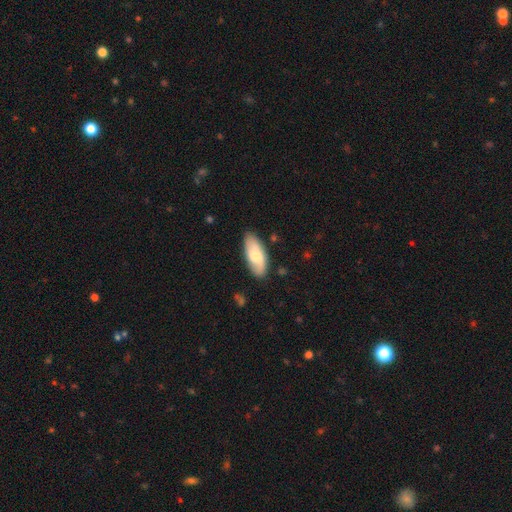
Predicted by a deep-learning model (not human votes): smooth 66%, featured or disk 28%, star or artifact 6%. Down the decision tree: how rounded — in between (86%); merging — none (80%).